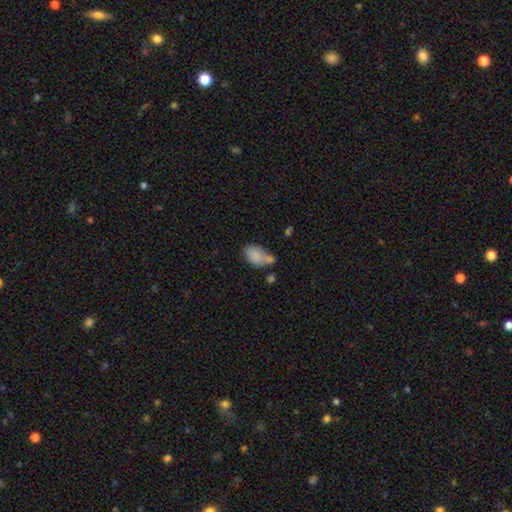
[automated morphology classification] Smooth or featured?
  - smooth: 79% *
  - featured or disk: 12%
  - star or artifact: 9%
How rounded?
  - in between: 88% *
  - round: 10%
  - cigar-shaped: 2%
Merging?
  - none: 38% *
  - merger: 30%
  - minor disturbance: 23%
  - major disturbance: 9%